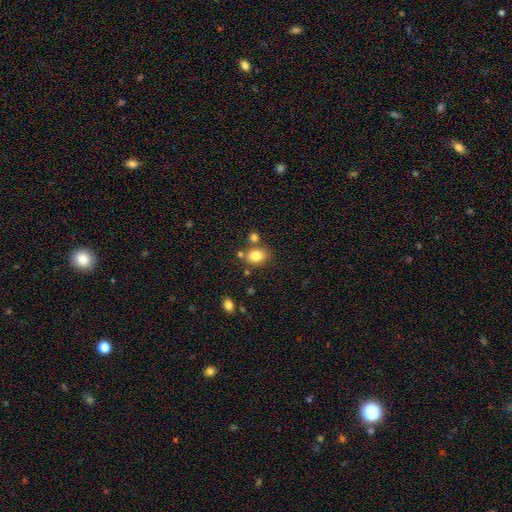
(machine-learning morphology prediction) The model was most divided on "how rounded": in between: 58%, round: 41%, cigar-shaped: 1%. More confident: smooth or featured — smooth (81%); merging — none (69%).